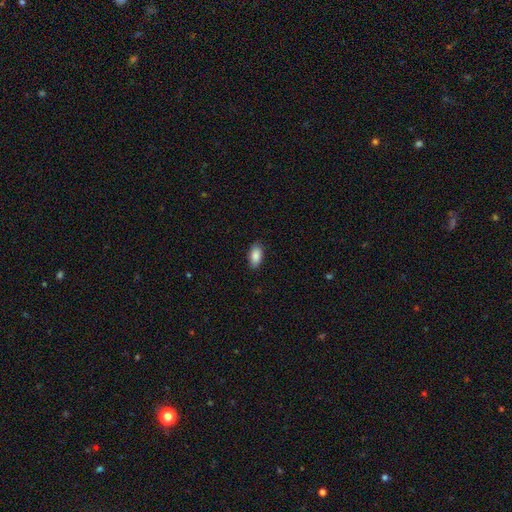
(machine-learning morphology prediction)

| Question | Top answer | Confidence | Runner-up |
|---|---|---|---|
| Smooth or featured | smooth | 88% | star or artifact (7%) |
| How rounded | in between | 93% | cigar-shaped (4%) |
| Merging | none | 86% | minor disturbance (10%) |